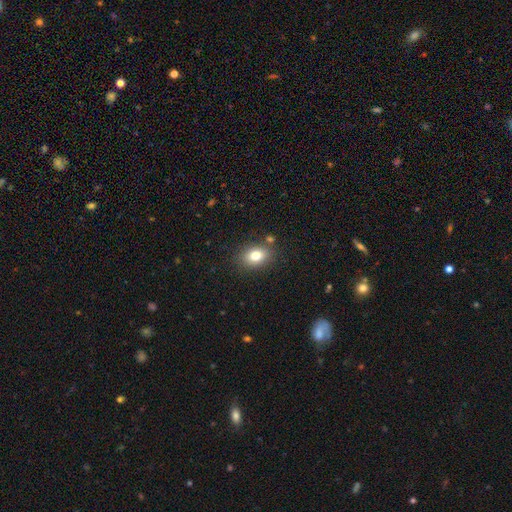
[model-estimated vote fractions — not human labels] Smooth or featured? smooth (79%)
How rounded? in between (68%)
Merging? none (81%)